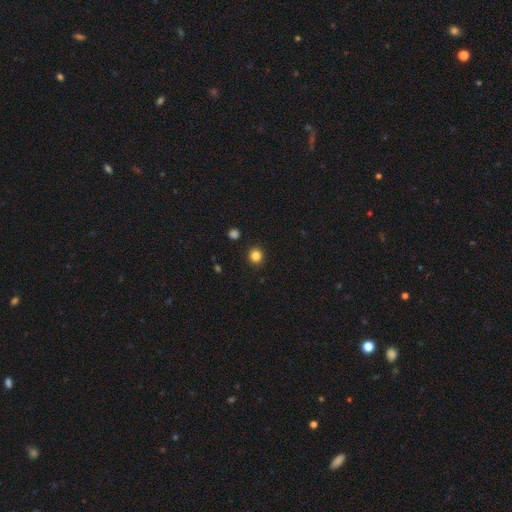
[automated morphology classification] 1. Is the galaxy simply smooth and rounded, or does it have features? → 84% smooth, 12% star or artifact, 4% featured or disk.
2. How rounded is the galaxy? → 91% round, 8% in between, 1% cigar-shaped.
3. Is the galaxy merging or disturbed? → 91% none, 6% minor disturbance, 2% major disturbance, 1% merger.